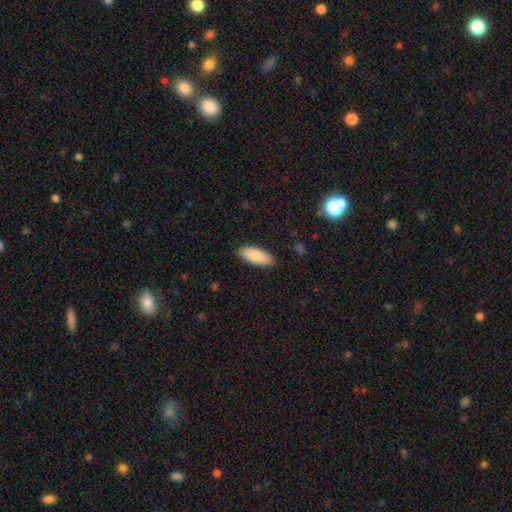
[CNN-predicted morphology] This is clearly a smooth galaxy (86%). How rounded: clearly in between (80%). Merging: clearly none (88%).